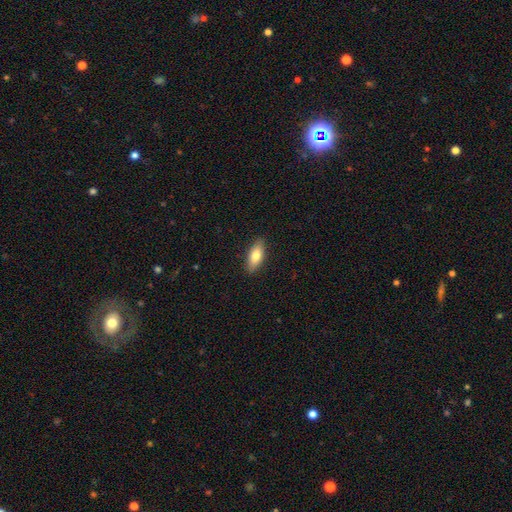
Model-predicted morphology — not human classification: This appears to be a smooth galaxy with no disk features (76%) that is in between round and cigar-shaped (74%). Merging: none (89%).